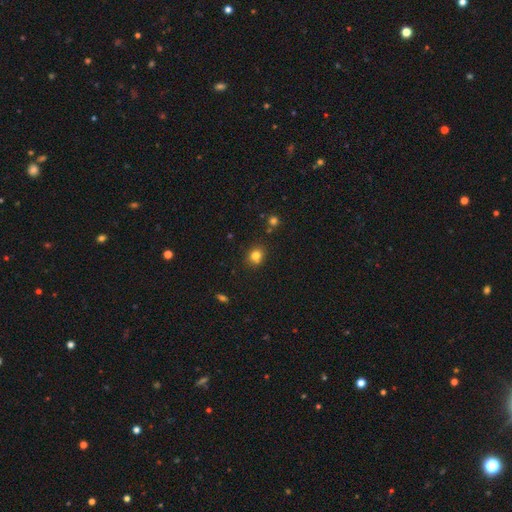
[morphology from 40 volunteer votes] Overall: smooth (80%). How rounded: round (91%). Merging: none (70%).